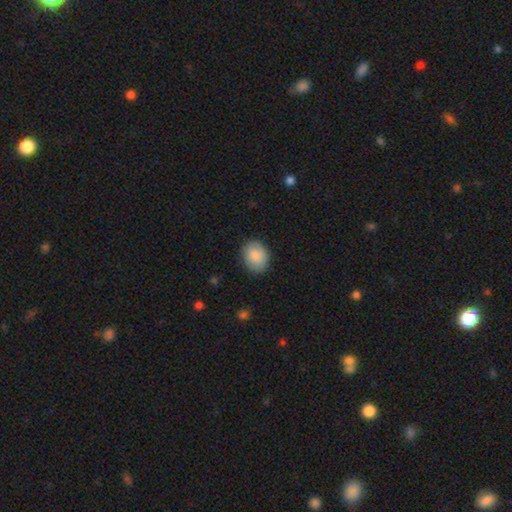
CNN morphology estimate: Overall: smooth (88%). How rounded: in between (51%; round 49%). Merging: none (85%).